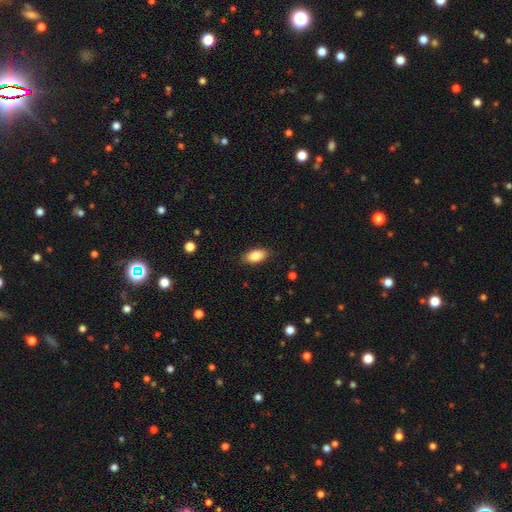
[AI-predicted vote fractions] smooth 85%, featured or disk 8%, star or artifact 7%. Down the decision tree: how rounded — in between (89%); merging — none (86%).